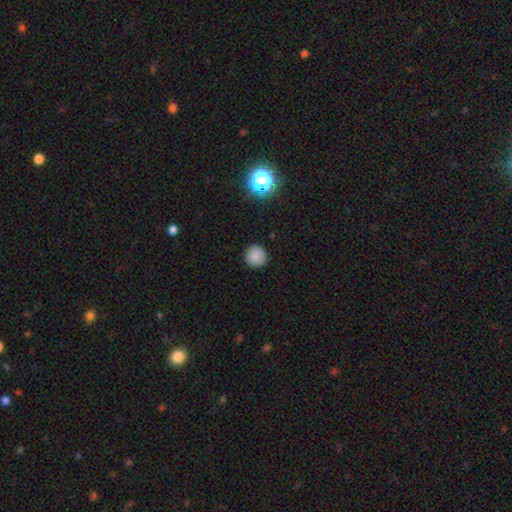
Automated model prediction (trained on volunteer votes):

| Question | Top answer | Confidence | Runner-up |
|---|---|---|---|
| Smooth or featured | smooth | 84% | star or artifact (12%) |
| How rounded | round | 94% | in between (5%) |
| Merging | none | 91% | minor disturbance (6%) |